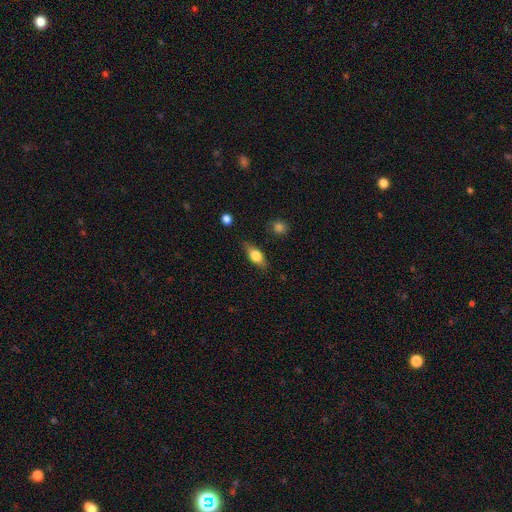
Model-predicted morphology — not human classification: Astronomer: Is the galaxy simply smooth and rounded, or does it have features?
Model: smooth — 67%.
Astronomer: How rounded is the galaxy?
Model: in between — 75%.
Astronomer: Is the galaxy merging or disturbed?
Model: none — 76%.